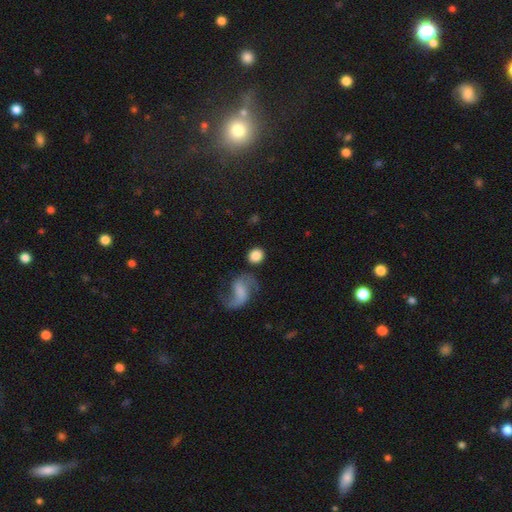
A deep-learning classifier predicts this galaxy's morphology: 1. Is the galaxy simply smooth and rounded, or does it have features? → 77% smooth, 15% featured or disk, 8% star or artifact.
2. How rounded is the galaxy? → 81% round, 17% in between, 2% cigar-shaped.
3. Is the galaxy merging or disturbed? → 72% none, 11% minor disturbance, 11% merger, 6% major disturbance.